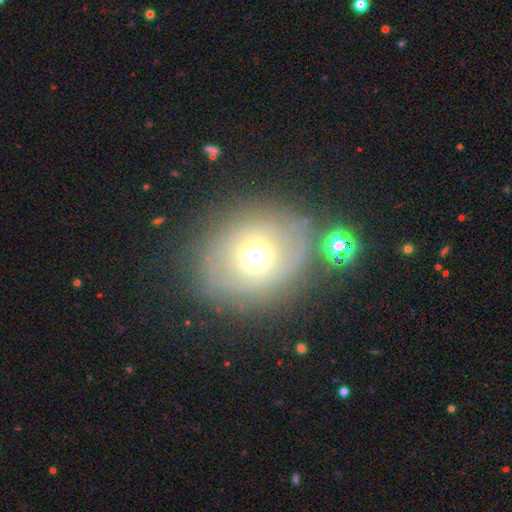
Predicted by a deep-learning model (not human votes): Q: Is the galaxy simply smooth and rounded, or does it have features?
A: smooth — 48%.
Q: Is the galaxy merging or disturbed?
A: none — 65%.